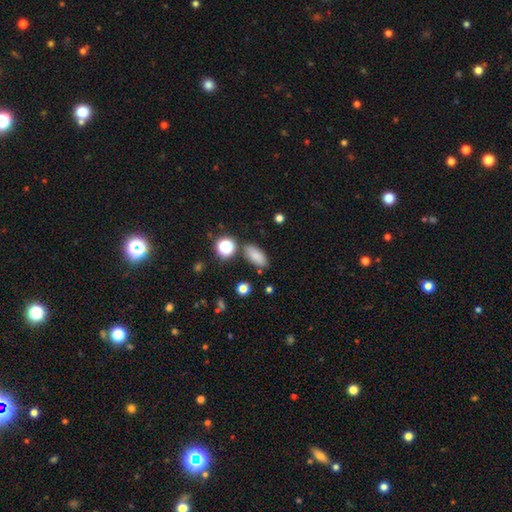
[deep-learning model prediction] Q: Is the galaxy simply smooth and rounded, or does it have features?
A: smooth — 81%.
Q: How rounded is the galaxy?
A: in between — 84%.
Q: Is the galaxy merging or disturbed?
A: none — 80%.